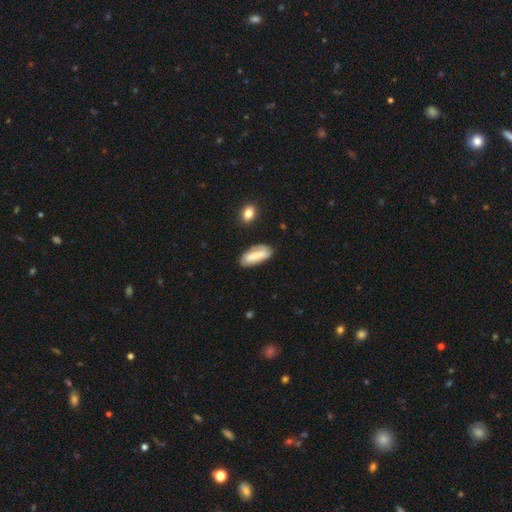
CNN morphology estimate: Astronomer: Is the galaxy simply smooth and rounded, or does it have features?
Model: smooth — 70%.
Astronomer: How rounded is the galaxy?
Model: in between — 71%.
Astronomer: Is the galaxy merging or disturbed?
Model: none — 72%.